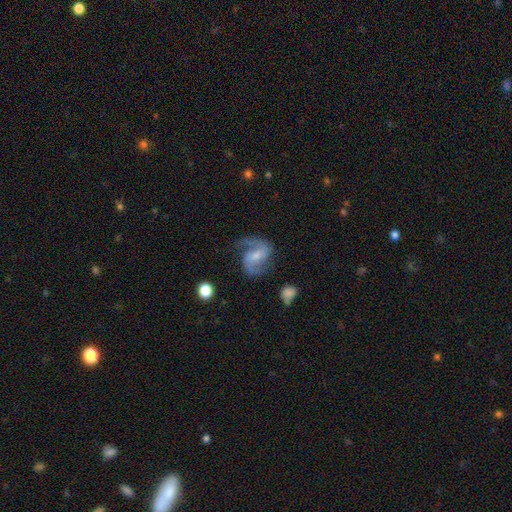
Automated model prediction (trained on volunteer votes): Q: Smooth or featured?
A: featured or disk (85%); runner-up: smooth (10%)
Q: Edge-on disk?
A: no (98%); runner-up: yes (2%)
Q: Bar?
A: weak (50%); runner-up: no (31%)
Q: Spiral arms?
A: yes (96%); runner-up: no (4%)
Q: Spiral winding?
A: medium (50%); runner-up: loose (37%)
Q: Spiral arm count?
A: 2 (87%); runner-up: 1 (7%)
Q: Bulge size?
A: small (45%); runner-up: moderate (40%)
Q: Merging?
A: none (62%); runner-up: minor disturbance (20%)